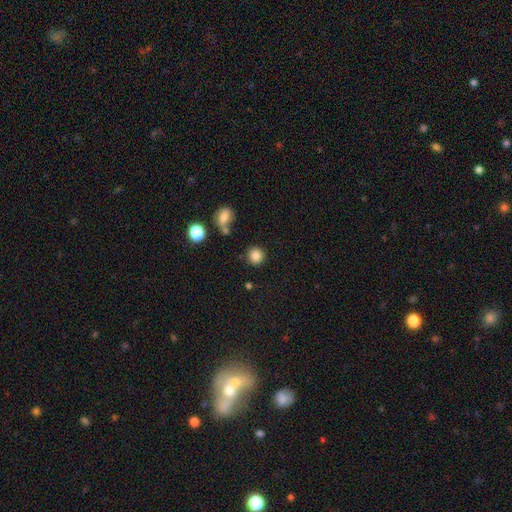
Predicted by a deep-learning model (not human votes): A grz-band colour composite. It shows a smooth galaxy with no disk features (83%) that is round (92%). Merging: none (86%).